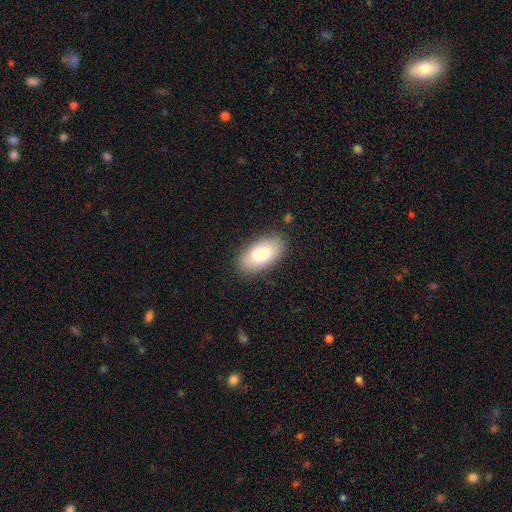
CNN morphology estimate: Smooth or featured: smooth — 82% (featured or disk — 12%)
How rounded: in between — 94% (round — 3%)
Merging: none — 84% (minor disturbance — 12%)